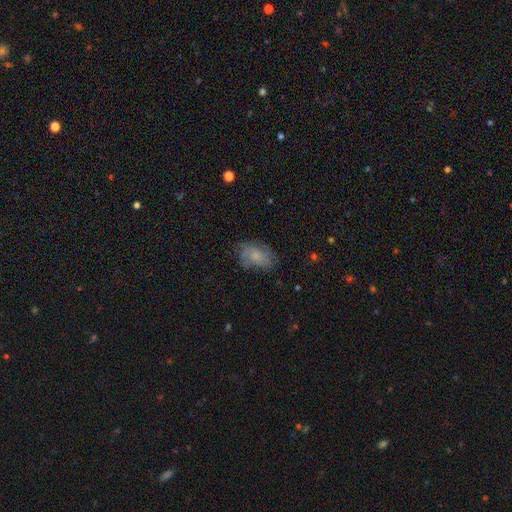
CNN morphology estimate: Q: Smooth or featured?
A: smooth (56%); runner-up: featured or disk (34%)
Q: How rounded?
A: in between (84%); runner-up: round (14%)
Q: Merging?
A: none (59%); runner-up: minor disturbance (26%)